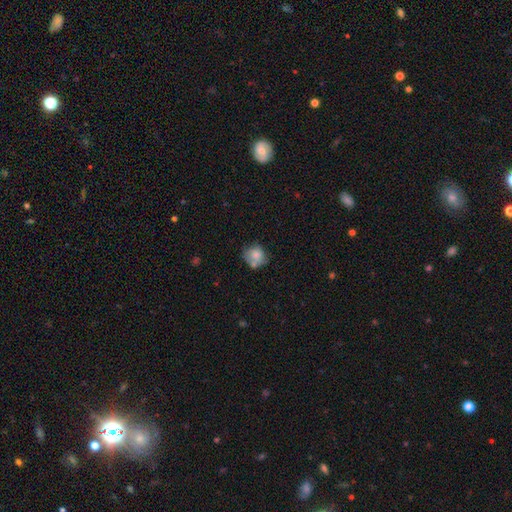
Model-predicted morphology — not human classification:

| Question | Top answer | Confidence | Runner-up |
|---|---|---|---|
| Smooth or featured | smooth | 72% | featured or disk (19%) |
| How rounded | round | 73% | in between (26%) |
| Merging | none | 49% | minor disturbance (24%) |